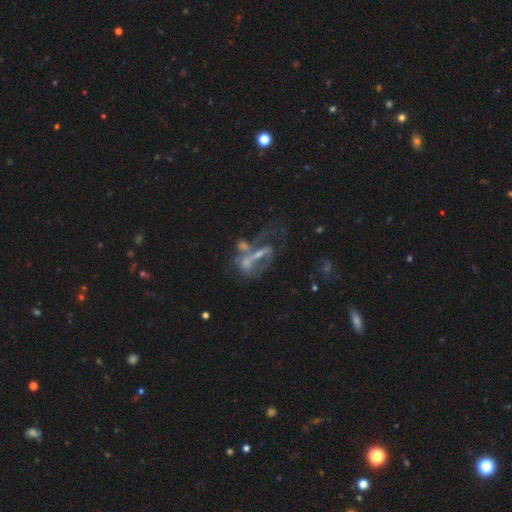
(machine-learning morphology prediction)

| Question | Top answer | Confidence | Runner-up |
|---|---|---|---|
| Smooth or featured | featured or disk | 66% | smooth (19%) |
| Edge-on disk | no | 90% | yes (10%) |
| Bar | no | 42% | weak (31%) |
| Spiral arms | no | 50% | tied: yes (50%) |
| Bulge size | small | 40% | moderate (28%) |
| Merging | merger | 42% | major disturbance (26%) |